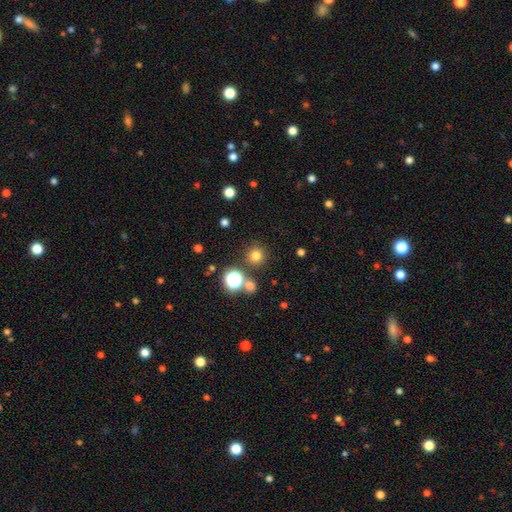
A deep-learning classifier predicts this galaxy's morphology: This is likely a smooth galaxy (75%). How rounded: clearly round (95%). Merging: clearly none (84%).